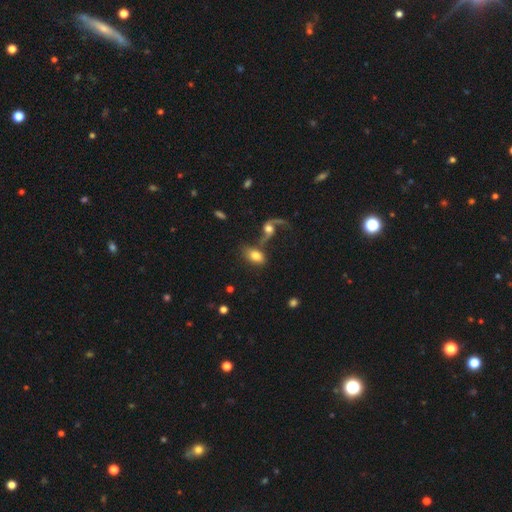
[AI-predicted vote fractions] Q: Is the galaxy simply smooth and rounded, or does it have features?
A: smooth — 70%.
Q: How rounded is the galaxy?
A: in between — 87%.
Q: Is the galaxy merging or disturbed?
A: none — 46%.